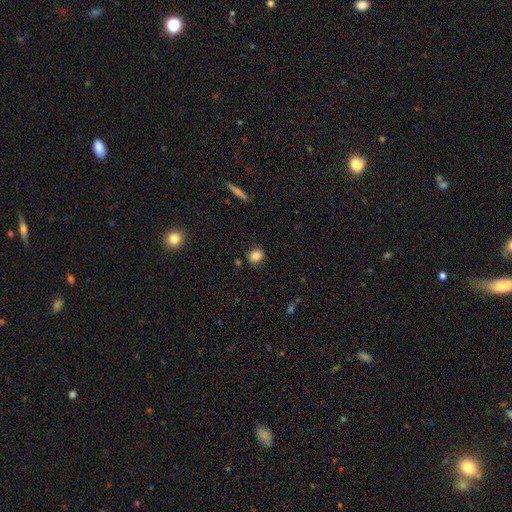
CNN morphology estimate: This is clearly a smooth galaxy (84%). How rounded: likely round (68%). Merging: clearly none (85%).